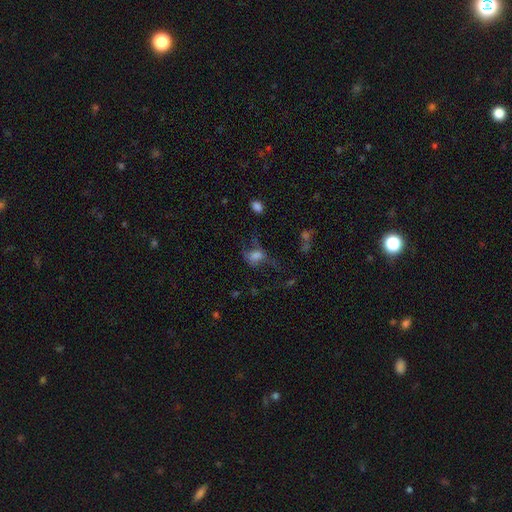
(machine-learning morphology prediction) Overall: smooth (56%; featured or disk 29%). How rounded: in between (67%; round 30%). Merging: major disturbance (45%; none 30%).